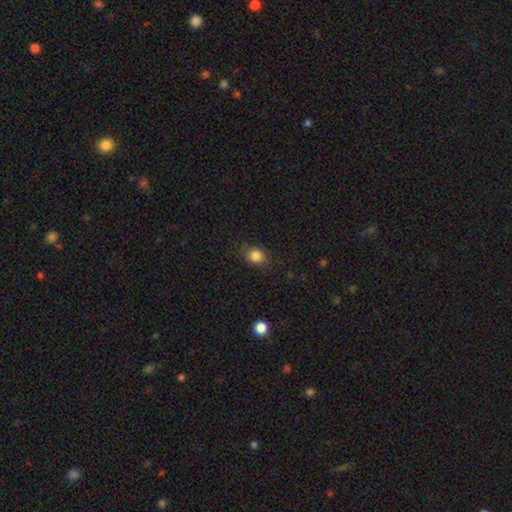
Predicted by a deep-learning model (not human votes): This appears to be a smooth galaxy with no disk features (84%) that is round (65%). Merging: none (79%).